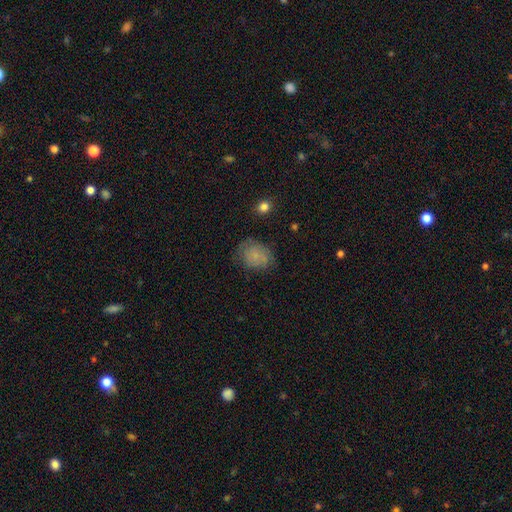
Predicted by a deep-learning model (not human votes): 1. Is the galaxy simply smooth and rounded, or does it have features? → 68% smooth, 21% featured or disk, 11% star or artifact.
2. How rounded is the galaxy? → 60% round, 39% in between, 1% cigar-shaped.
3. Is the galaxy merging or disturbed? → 60% none, 26% minor disturbance, 11% major disturbance, 2% merger.